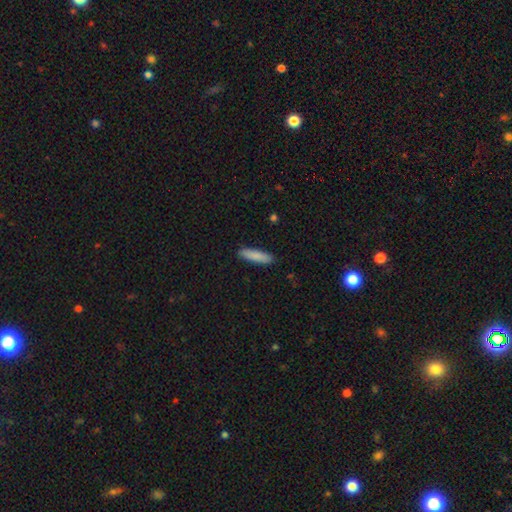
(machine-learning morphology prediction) type=smooth (86%); roundness=cigar-shaped (76%); merging=none (90%).